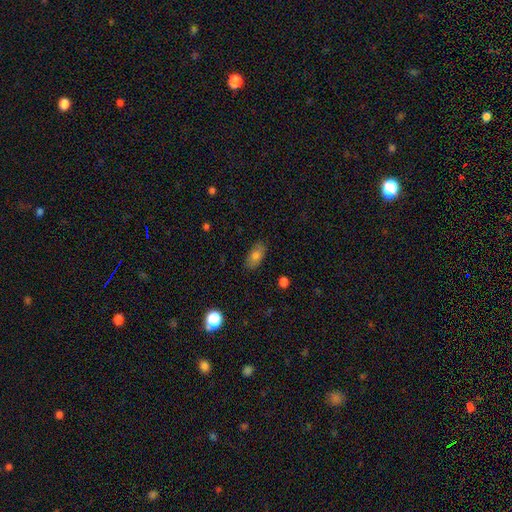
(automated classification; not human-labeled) The model was most divided on "smooth or featured": smooth: 79%, featured or disk: 12%, star or artifact: 9%. More confident: how rounded — in between (89%); merging — none (81%).